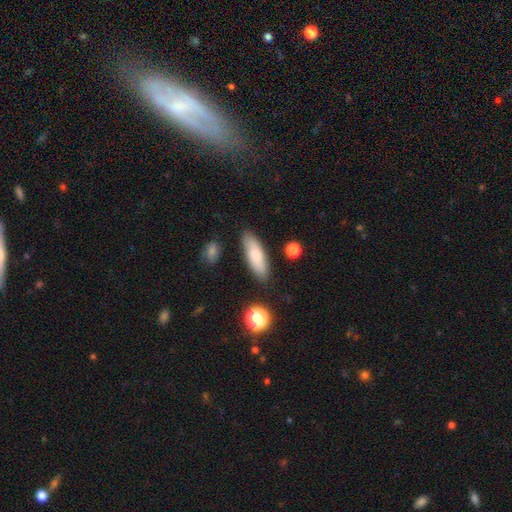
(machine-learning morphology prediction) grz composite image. It shows a smooth galaxy with no disk features (79%) that is in between round and cigar-shaped (52%). Merging: none (84%).